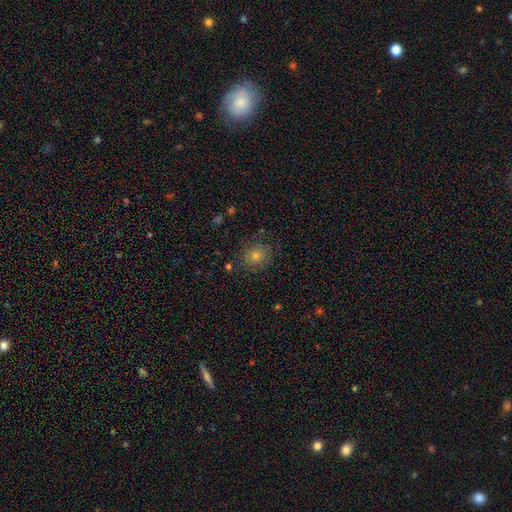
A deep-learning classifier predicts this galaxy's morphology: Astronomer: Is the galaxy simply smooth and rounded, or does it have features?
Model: smooth — 58%.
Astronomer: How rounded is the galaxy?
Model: round — 82%.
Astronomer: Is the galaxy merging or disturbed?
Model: none — 81%.